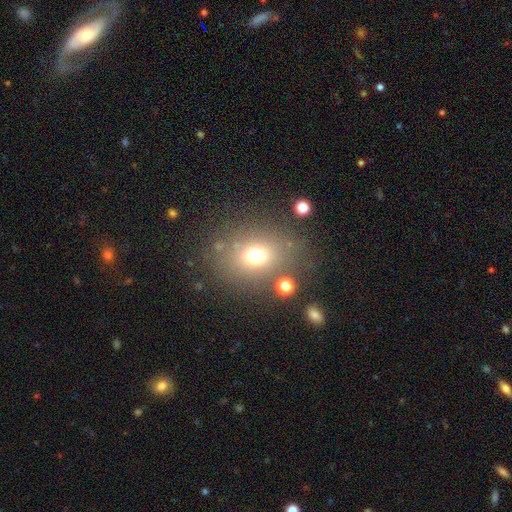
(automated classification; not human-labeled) smooth-or-featured: smooth: 70% | star or artifact: 18% | featured or disk: 12%
  how-rounded: round: 59% | in between: 40% | cigar-shaped: 1%
  merging: none: 75% | minor disturbance: 12% | major disturbance: 8% | merger: 6%